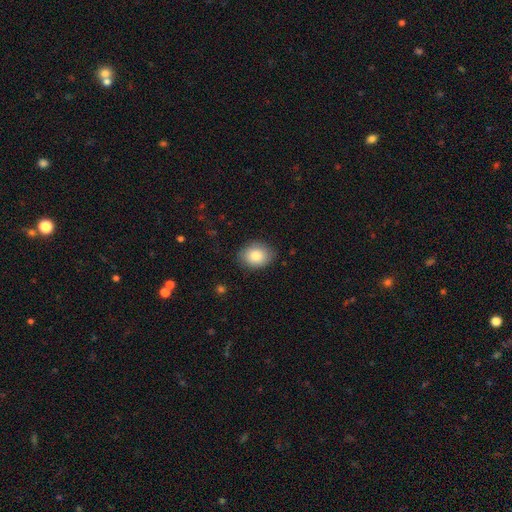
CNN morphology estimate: type=smooth (84%); roundness=in between (59%); merging=none (83%).